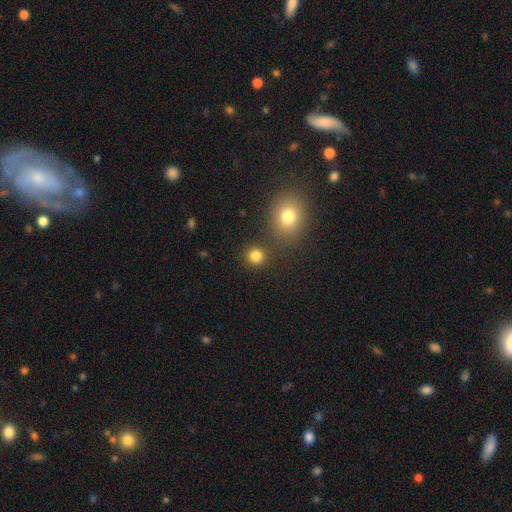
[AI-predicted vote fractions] smooth 82%, star or artifact 13%, featured or disk 5%. Down the decision tree: how rounded — round (89%); merging — none (82%).